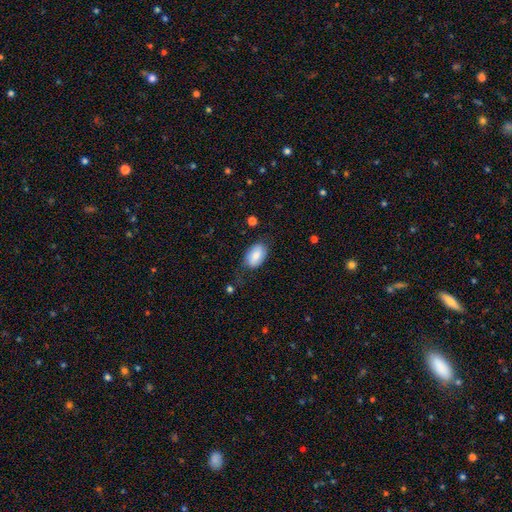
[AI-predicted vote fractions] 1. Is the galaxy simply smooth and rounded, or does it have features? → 78% smooth, 15% featured or disk, 7% star or artifact.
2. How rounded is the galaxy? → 91% in between, 7% round, 1% cigar-shaped.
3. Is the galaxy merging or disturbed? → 65% none, 24% minor disturbance, 9% major disturbance, 2% merger.